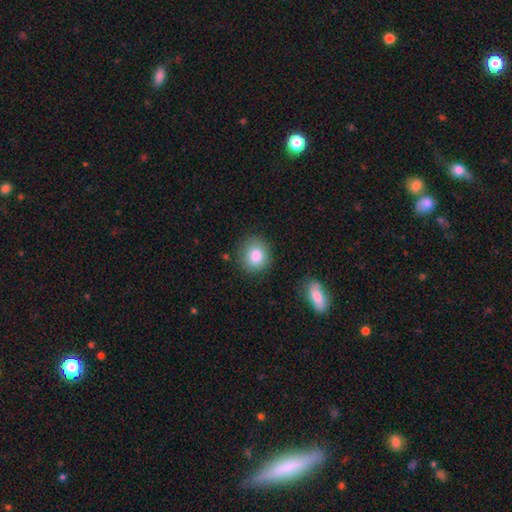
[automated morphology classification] smooth-or-featured: smooth: 85% | star or artifact: 9% | featured or disk: 6%
  how-rounded: round: 78% | in between: 21% | cigar-shaped: 1%
  merging: none: 82% | minor disturbance: 12% | major disturbance: 3% | merger: 2%